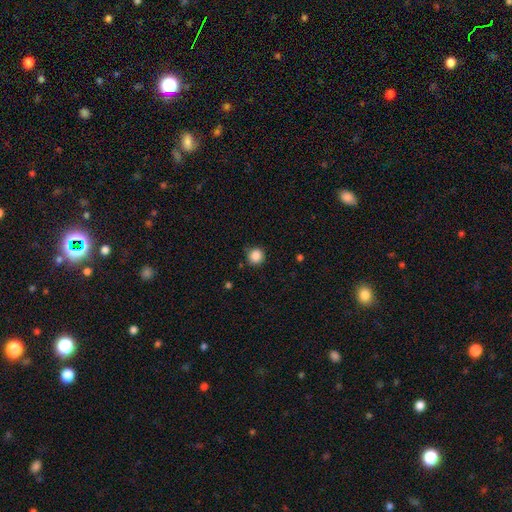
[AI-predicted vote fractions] Smooth or featured? Predicted: smooth (p=0.87). How rounded? Predicted: round (p=0.92). Merging? Predicted: none (p=0.85).